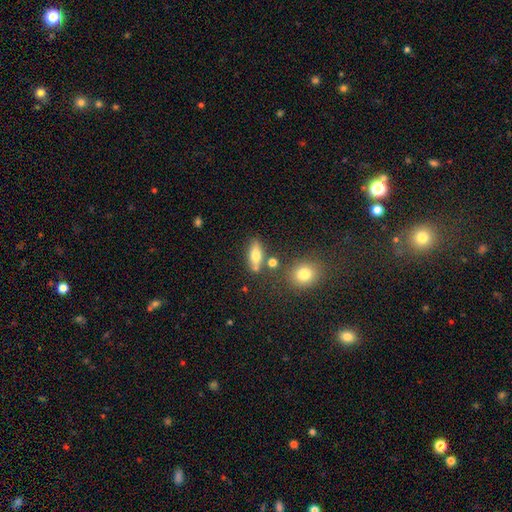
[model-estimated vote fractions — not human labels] smooth 66%, featured or disk 24%, star or artifact 10%. Down the decision tree: how rounded — in between (62%); merging — none (69%).